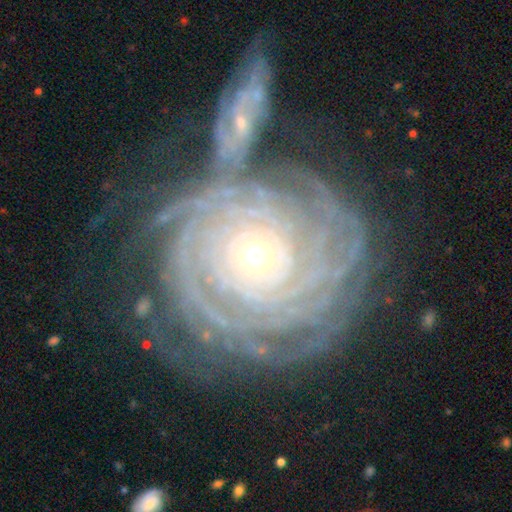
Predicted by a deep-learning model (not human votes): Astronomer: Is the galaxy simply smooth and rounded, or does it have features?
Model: featured or disk — 89%.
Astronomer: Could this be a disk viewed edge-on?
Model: no — 97%.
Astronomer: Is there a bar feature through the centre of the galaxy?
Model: no — 77%.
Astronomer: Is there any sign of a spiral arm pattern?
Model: yes — 97%.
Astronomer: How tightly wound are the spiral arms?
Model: tight — 89%.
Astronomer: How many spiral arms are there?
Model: can't tell — 28% (runner-up: more than 4, 27%).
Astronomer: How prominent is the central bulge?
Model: small — 55% (runner-up: moderate, 41%).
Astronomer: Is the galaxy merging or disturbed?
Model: none — 48% (runner-up: merger, 26%).